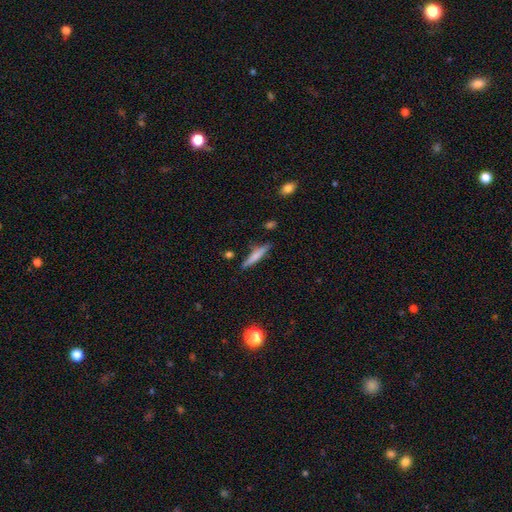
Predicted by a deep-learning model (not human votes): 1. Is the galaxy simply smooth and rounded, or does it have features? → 64% smooth, 30% featured or disk, 7% star or artifact.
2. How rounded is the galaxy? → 89% cigar-shaped, 10% in between, 2% round.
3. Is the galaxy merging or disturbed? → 81% none, 13% minor disturbance, 3% merger, 3% major disturbance.